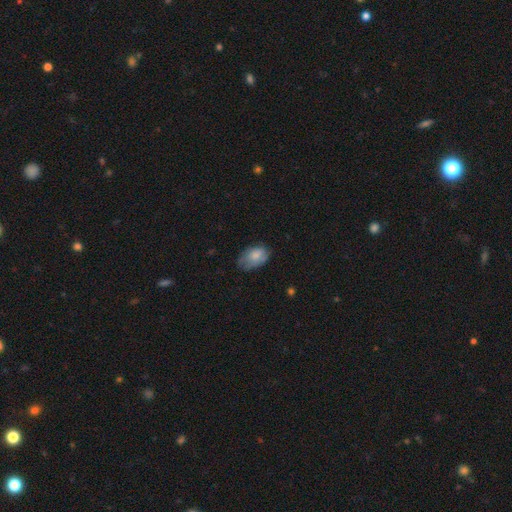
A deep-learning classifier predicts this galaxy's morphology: smooth 76%, featured or disk 17%, star or artifact 7%. Down the decision tree: how rounded — in between (89%); merging — none (56%).